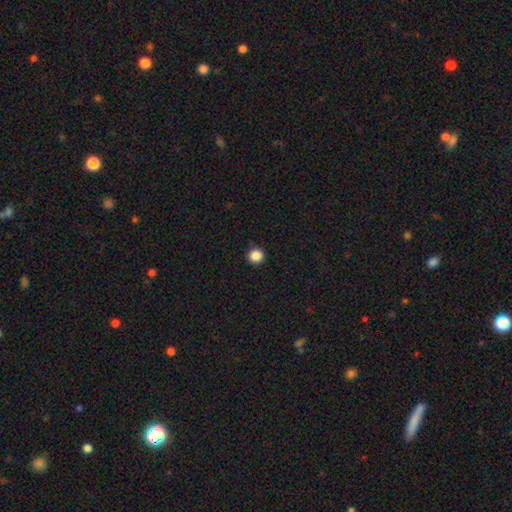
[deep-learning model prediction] Smooth or featured? Predicted: smooth (p=0.87). How rounded? Predicted: round (p=0.94). Merging? Predicted: none (p=0.91).